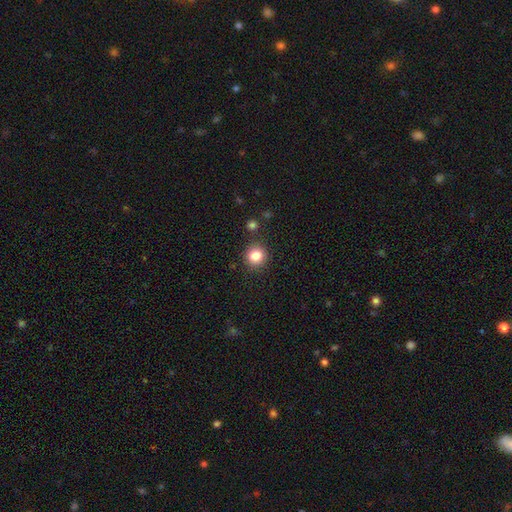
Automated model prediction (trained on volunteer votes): Smooth or featured? Predicted: smooth (p=0.82). How rounded? Predicted: round (p=0.91). Merging? Predicted: none (p=0.87).